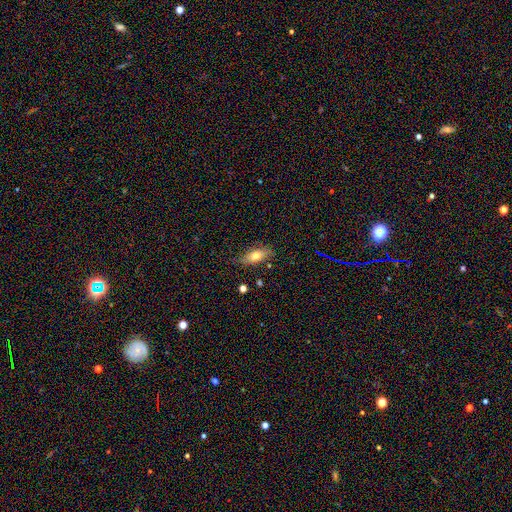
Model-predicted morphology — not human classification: smooth 68%, featured or disk 24%, star or artifact 8%. Down the decision tree: how rounded — in between (78%); merging — none (77%).